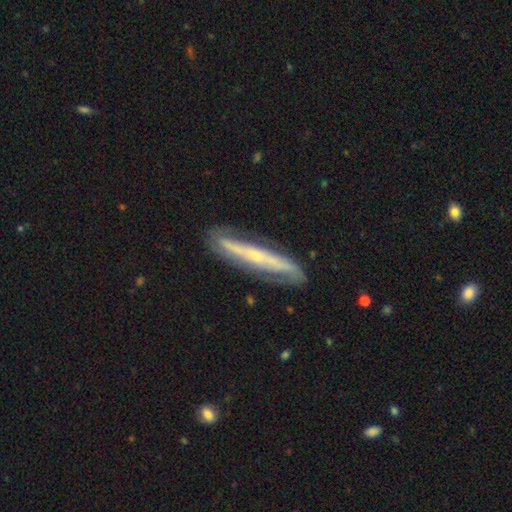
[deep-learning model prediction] The model was most divided on "edge-on disk": yes: 58%, no: 42%. More confident: smooth or featured — featured or disk (78%); merging — none (77%).